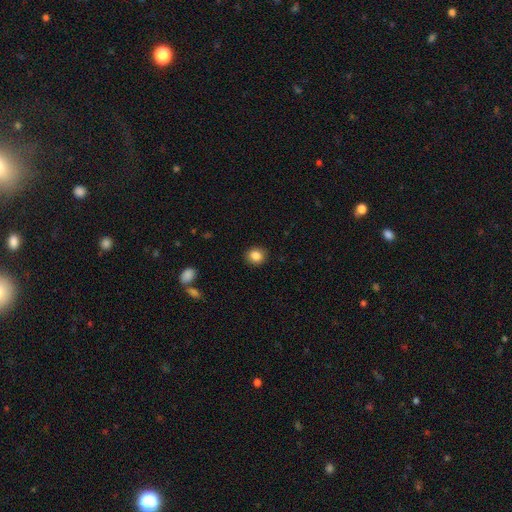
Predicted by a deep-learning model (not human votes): This appears to be a smooth galaxy with no disk features (86%) that is round (80%). Merging: none (90%).